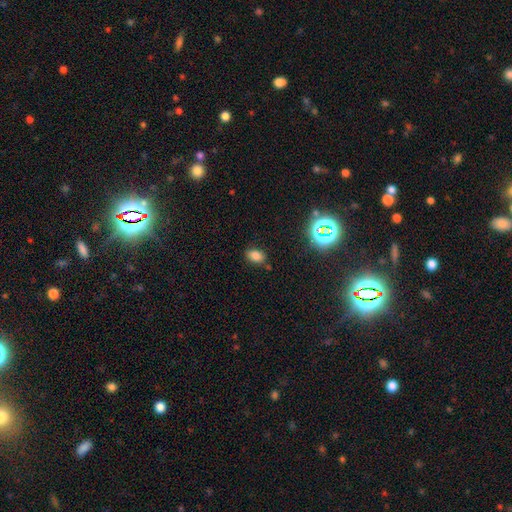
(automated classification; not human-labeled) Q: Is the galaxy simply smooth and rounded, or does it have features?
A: smooth — 78%.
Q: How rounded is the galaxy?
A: in between — 84%.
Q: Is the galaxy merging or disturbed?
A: none — 81%.